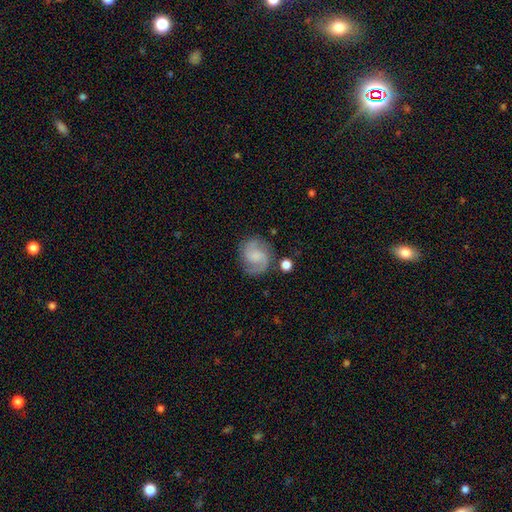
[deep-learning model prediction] The model was most divided on "bulge size": small: 39%, none: 35%, moderate: 20%, large: 5%, dominant: 2%. More confident: edge-on disk — no (98%); spiral arms — yes (97%); spiral arm count — 2 (88%); smooth or featured — featured or disk (81%); merging — none (78%); bar — no (57%); spiral winding — medium (54%).